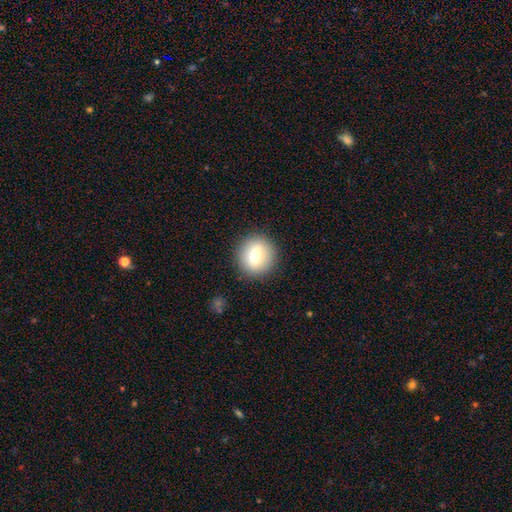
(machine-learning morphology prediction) type=smooth (73%); roundness=round (76%); merging=none (87%).